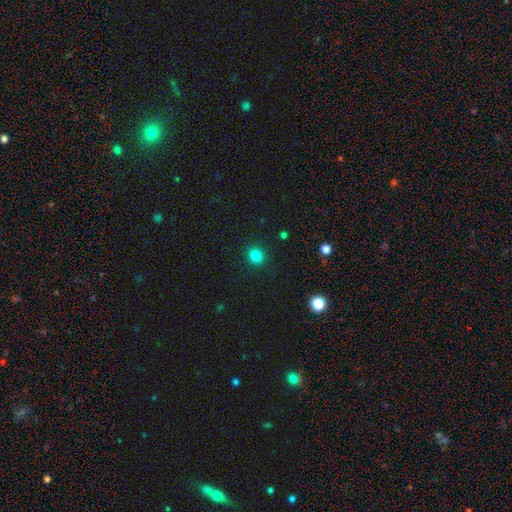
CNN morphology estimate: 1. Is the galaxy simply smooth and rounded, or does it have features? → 82% smooth, 13% star or artifact, 4% featured or disk.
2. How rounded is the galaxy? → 81% round, 18% in between, 1% cigar-shaped.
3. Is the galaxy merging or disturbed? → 91% none, 6% minor disturbance, 2% major disturbance, 1% merger.